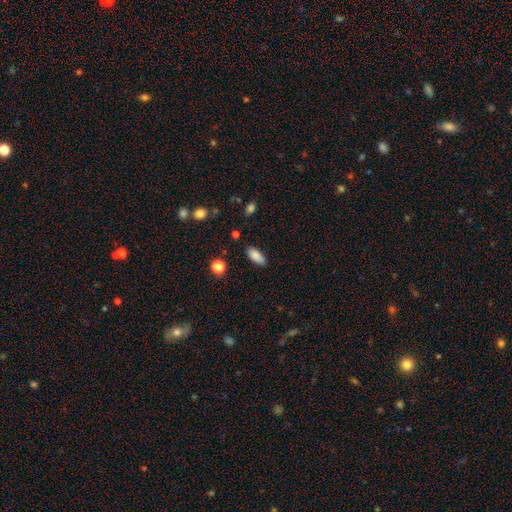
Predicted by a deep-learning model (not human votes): A smooth galaxy with no disk features (86%) that is in between round and cigar-shaped (81%).

Vote fractions:
- Smooth or featured? smooth: 86% / star or artifact: 8% / featured or disk: 6%
- How rounded? in between: 81% / cigar-shaped: 16% / round: 2%
- Merging? none: 84% / minor disturbance: 12% / major disturbance: 3% / merger: 2%